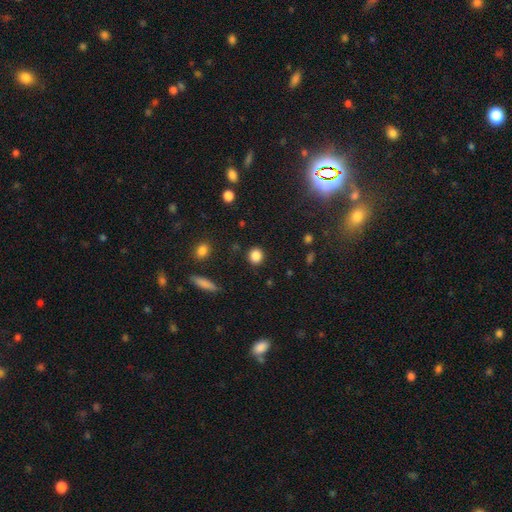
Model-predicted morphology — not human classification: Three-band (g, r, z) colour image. It shows a smooth galaxy with no disk features (86%) that is round (81%). Merging: none (89%).